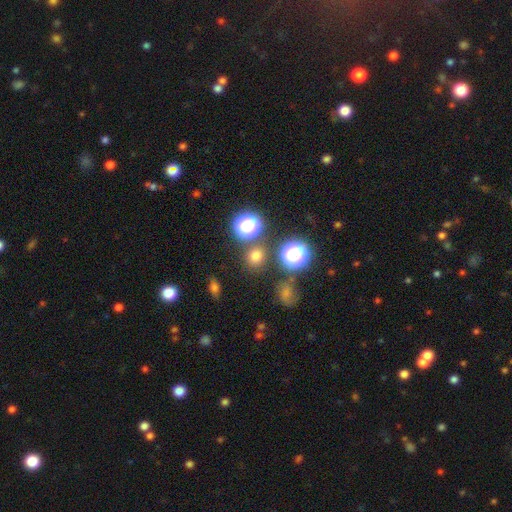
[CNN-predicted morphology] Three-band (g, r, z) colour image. It shows a smooth galaxy with no disk features (68%) that is round (87%). Merging: none (83%).